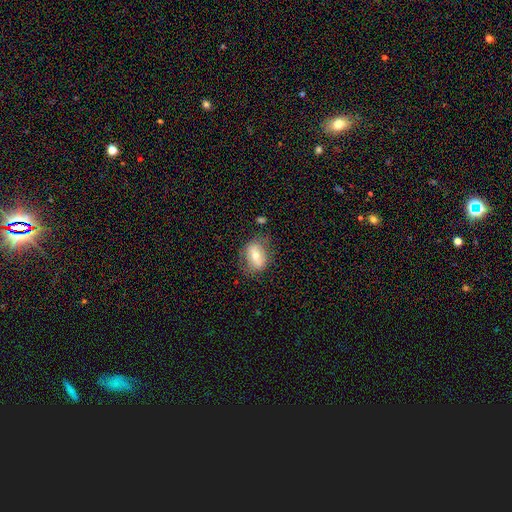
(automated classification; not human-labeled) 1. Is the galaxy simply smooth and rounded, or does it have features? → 54% smooth, 38% featured or disk, 8% star or artifact.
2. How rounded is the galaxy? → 70% in between, 27% round, 3% cigar-shaped.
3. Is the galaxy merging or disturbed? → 70% none, 20% minor disturbance, 8% major disturbance, 2% merger.